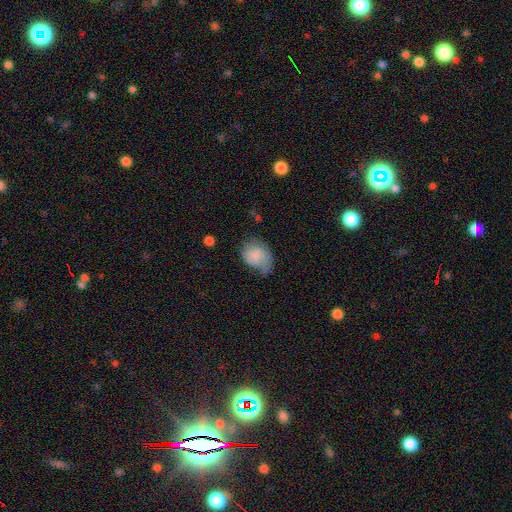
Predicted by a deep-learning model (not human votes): This is likely a smooth galaxy (75%). How rounded: likely in between (66%). Merging: marginally minor disturbance (39%).